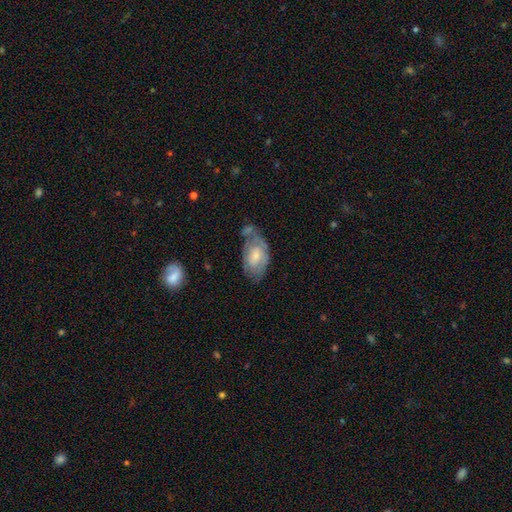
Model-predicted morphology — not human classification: Smooth or featured?
  - smooth: 50% *
  - featured or disk: 44%
  - star or artifact: 6%
Merging?
  - none: 37% *
  - minor disturbance: 32%
  - major disturbance: 18%
  - merger: 13%